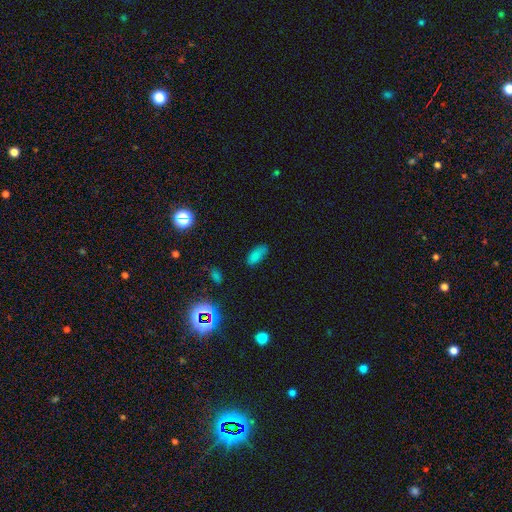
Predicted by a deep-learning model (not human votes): smooth-or-featured: smooth: 77% | star or artifact: 16% | featured or disk: 6%
  how-rounded: in between: 89% | cigar-shaped: 8% | round: 3%
  merging: none: 75% | minor disturbance: 18% | major disturbance: 5% | merger: 2%